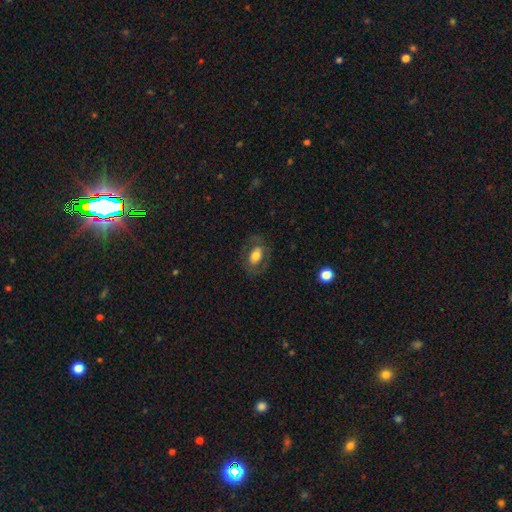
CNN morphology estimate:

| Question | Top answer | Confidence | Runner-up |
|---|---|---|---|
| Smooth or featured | smooth | 60% | featured or disk (32%) |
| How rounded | in between | 82% | round (17%) |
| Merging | none | 73% | minor disturbance (15%) |